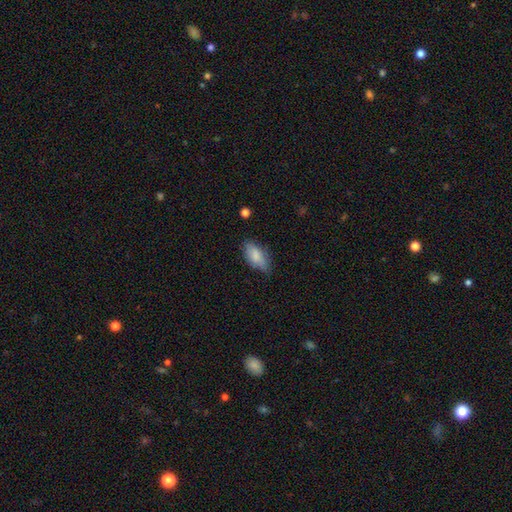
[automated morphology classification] Smooth or featured? Predicted: smooth (p=0.79). How rounded? Predicted: in between (p=0.87). Merging? Predicted: none (p=0.65).